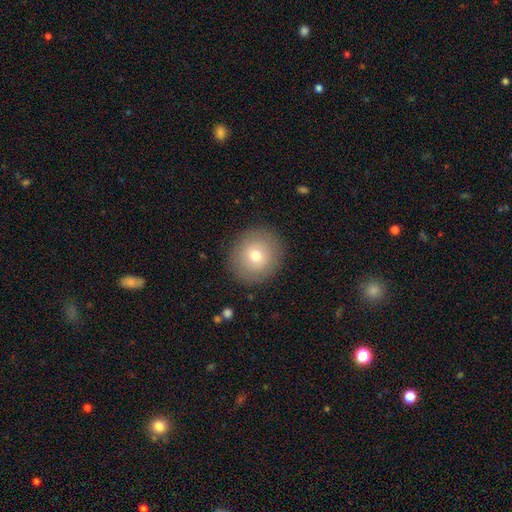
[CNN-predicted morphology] A smooth galaxy with no disk features (75%) that is round (89%).

Vote fractions:
- Smooth or featured? smooth: 75% / featured or disk: 15% / star or artifact: 10%
- How rounded? round: 89% / in between: 10% / cigar-shaped: 1%
- Merging? none: 89% / minor disturbance: 7% / major disturbance: 3% / merger: 1%